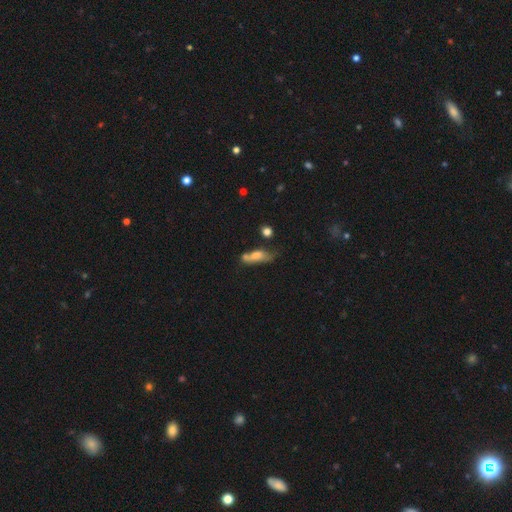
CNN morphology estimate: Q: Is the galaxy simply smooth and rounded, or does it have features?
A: smooth — 64%.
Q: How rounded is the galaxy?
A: in between — 56%.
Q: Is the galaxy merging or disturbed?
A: none — 35%.